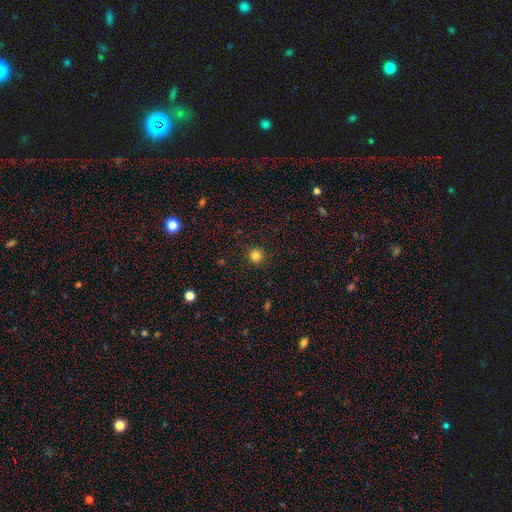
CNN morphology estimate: This appears to be a smooth galaxy with no disk features (82%) that is round (94%). Merging: none (91%).